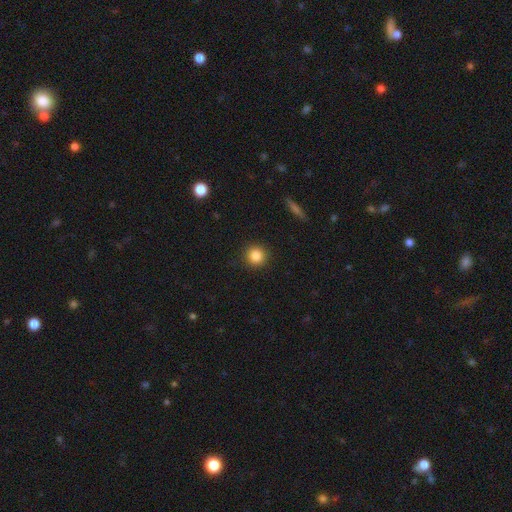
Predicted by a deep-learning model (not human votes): smooth_or_featured: smooth (p=0.86) [alt: star or artifact p=0.10]
how_rounded: round (p=0.94) [alt: in between p=0.05]
merging: none (p=0.91) [alt: minor disturbance p=0.06]